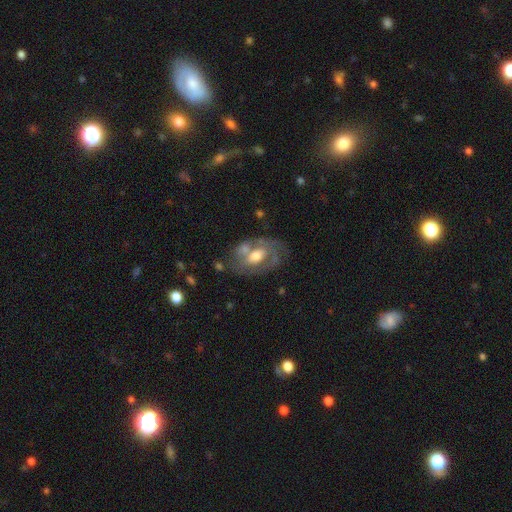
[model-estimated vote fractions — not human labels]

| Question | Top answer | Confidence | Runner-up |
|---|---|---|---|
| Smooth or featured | featured or disk | 67% | smooth (26%) |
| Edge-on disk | no | 94% | yes (6%) |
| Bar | no | 52% | weak (34%) |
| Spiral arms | yes | 61% | no (39%) |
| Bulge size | moderate | 65% | large (19%) |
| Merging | none | 51% | minor disturbance (22%) |